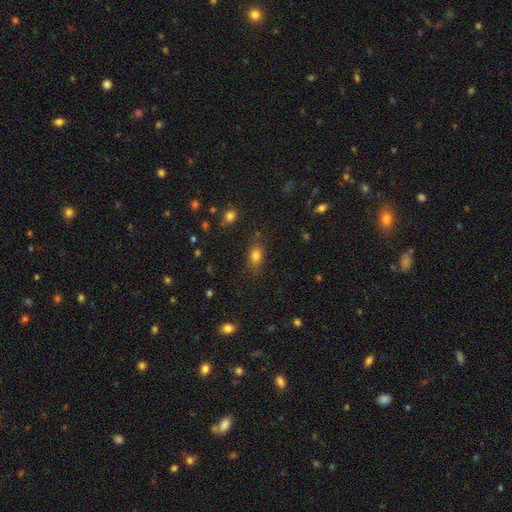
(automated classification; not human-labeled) A smooth galaxy with no disk features (79%) that is in between round and cigar-shaped (76%).

Vote fractions:
- Smooth or featured? smooth: 79% / star or artifact: 13% / featured or disk: 8%
- How rounded? in between: 76% / round: 19% / cigar-shaped: 5%
- Merging? none: 76% / minor disturbance: 16% / major disturbance: 5% / merger: 3%